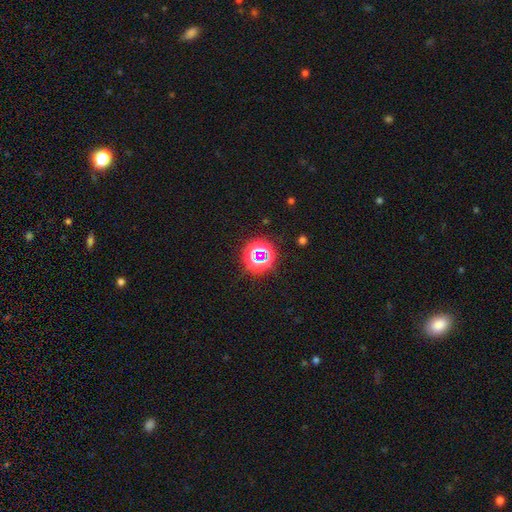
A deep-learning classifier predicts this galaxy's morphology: Q: Smooth or featured?
A: star or artifact (64%); runner-up: smooth (25%)